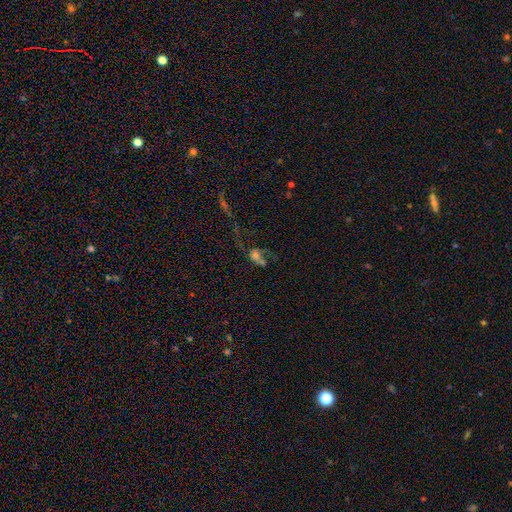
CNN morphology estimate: This appears to be a smooth galaxy with no disk features (37%). Merging: major disturbance (44%).